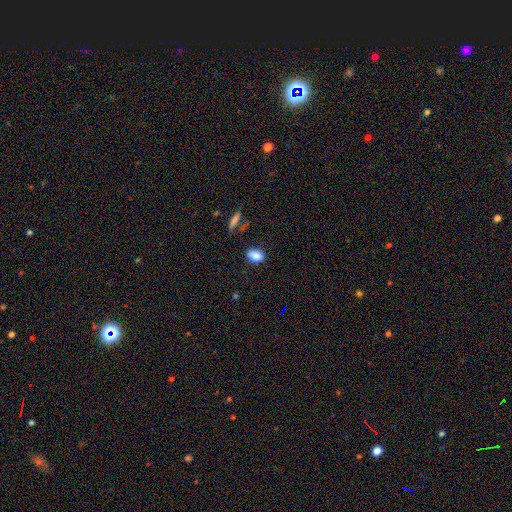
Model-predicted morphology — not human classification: This appears to be a smooth galaxy with no disk features (85%) that is in between round and cigar-shaped (86%). Merging: none (80%).